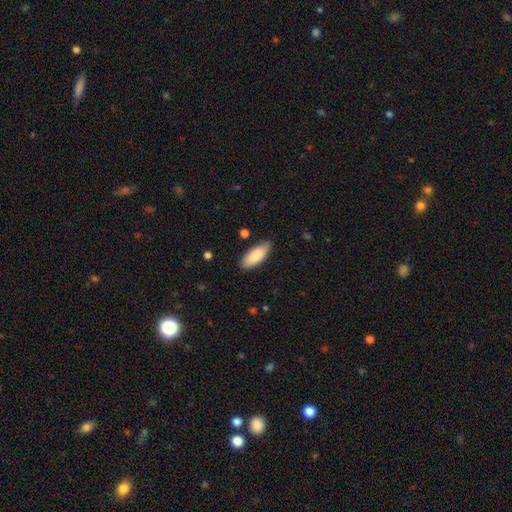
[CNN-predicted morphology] Smooth or featured? smooth (86%)
How rounded? in between (79%)
Merging? none (83%)